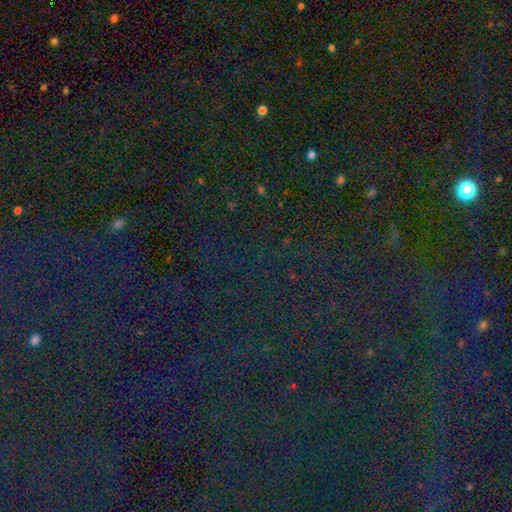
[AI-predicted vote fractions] This appears to be a star or artifact, not a galaxy (83%).